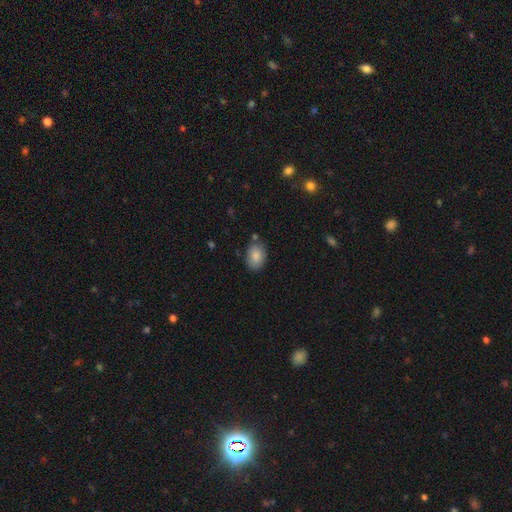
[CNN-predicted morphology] Q: Smooth or featured?
A: smooth (86%); runner-up: star or artifact (7%)
Q: How rounded?
A: in between (79%); runner-up: round (20%)
Q: Merging?
A: none (76%); runner-up: minor disturbance (16%)